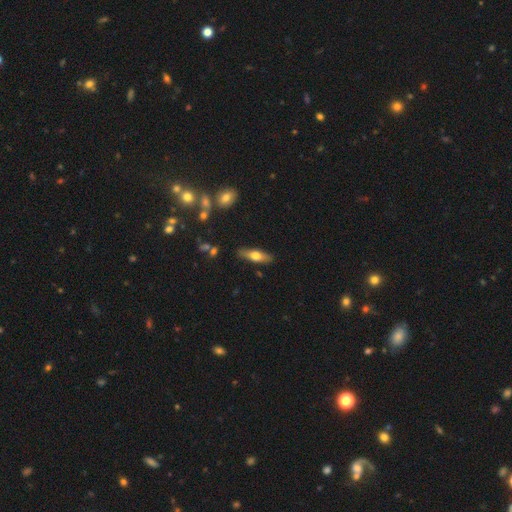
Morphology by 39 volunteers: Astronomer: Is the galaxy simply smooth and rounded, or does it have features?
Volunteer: smooth — 59% (runner-up: featured or disk, 36%).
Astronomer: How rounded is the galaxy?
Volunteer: cigar-shaped — 57% (runner-up: in between, 43%).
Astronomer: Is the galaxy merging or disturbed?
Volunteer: none — 92%.